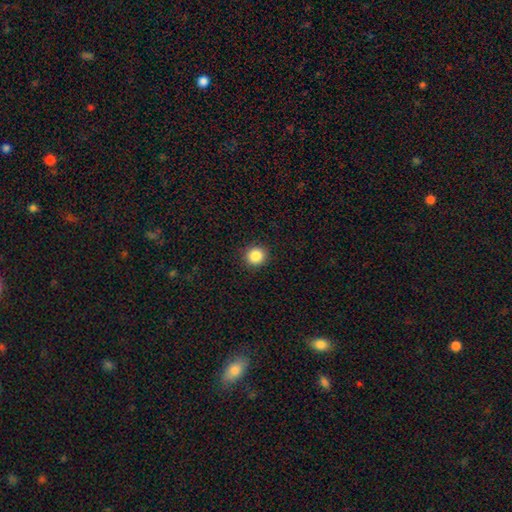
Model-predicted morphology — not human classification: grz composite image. It shows a smooth galaxy with no disk features (86%) that is round (93%). Merging: none (92%).